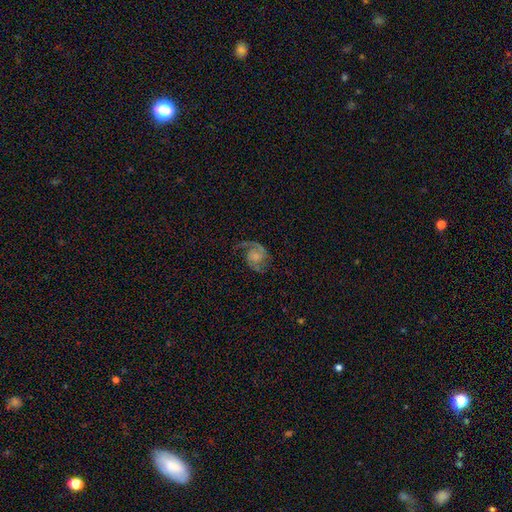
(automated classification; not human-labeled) A featured or disk galaxy (85%) with no bar (65%), 2 (87%) medium (51%) spiral arms (97%) and a moderate central bulge (30%).

Vote fractions:
- Smooth or featured? featured or disk: 85% / smooth: 9% / star or artifact: 6%
- Edge-on disk? no: 98% / yes: 2%
- Bar? no: 65% / weak: 29% / strong: 5%
- Spiral arms? yes: 97% / no: 3%
- Spiral winding? medium: 51% / loose: 31% / tight: 18%
- Spiral arm count? 2: 87% / 1: 7% / can't tell: 3% / 3: 2% / 4: 1% / more than 4: 1%
- Bulge size? moderate: 30% / small: 29% / none: 27% / large: 11% / dominant: 2%
- Merging? none: 67% / minor disturbance: 18% / major disturbance: 14% / merger: 2%